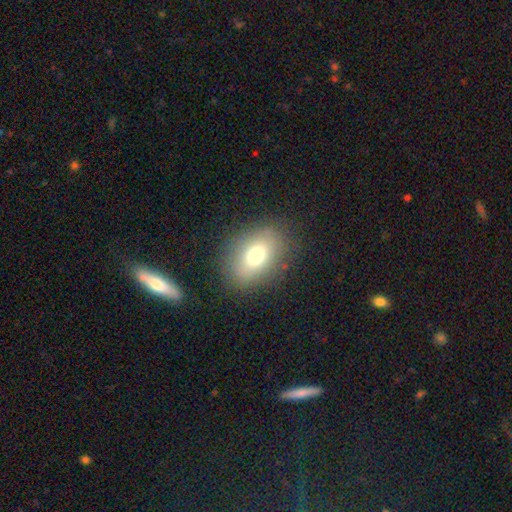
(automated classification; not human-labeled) Q: Smooth or featured?
A: smooth (74%); runner-up: featured or disk (15%)
Q: How rounded?
A: in between (80%); runner-up: round (19%)
Q: Merging?
A: none (82%); runner-up: minor disturbance (12%)